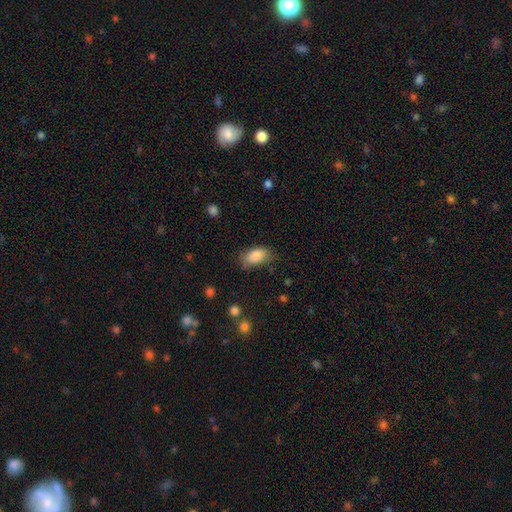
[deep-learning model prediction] The model was most divided on "merging": none: 68%, minor disturbance: 24%, major disturbance: 6%, merger: 2%. More confident: how rounded — in between (91%); smooth or featured — smooth (84%).